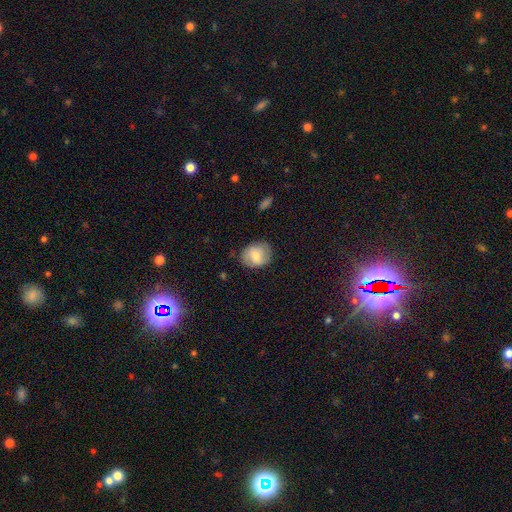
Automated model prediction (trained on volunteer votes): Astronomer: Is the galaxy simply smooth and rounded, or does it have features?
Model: smooth — 67%.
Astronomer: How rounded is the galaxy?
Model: round — 56% (runner-up: in between, 43%).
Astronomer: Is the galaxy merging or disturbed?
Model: none — 78%.